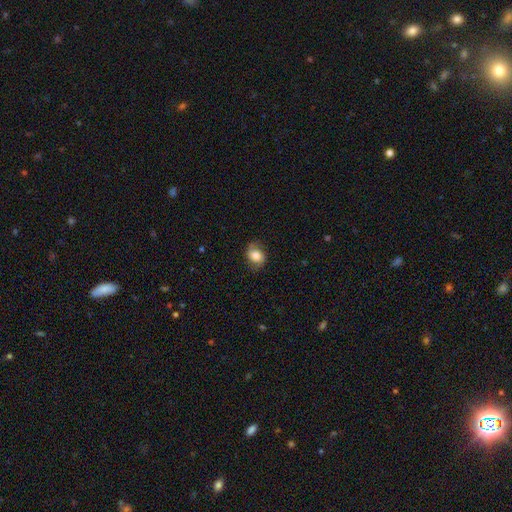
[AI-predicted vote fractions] Smooth or featured? Predicted: smooth (p=0.70). How rounded? Predicted: in between (p=0.50). Merging? Predicted: none (p=0.72).